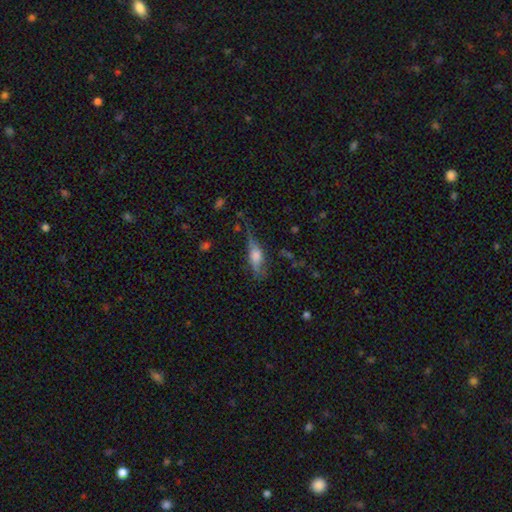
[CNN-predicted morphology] Q: Smooth or featured?
A: smooth (49%); runner-up: featured or disk (43%)
Q: Merging?
A: none (57%); runner-up: minor disturbance (27%)